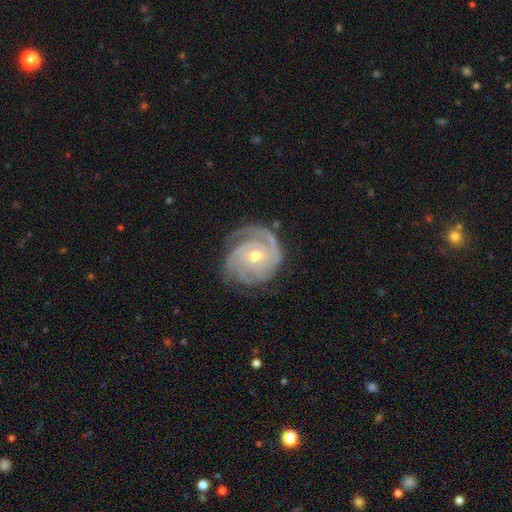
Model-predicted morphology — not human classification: featured or disk 90%, smooth 6%, star or artifact 5%. Down the decision tree: edge-on disk — no (98%); bar — no (67%); spiral arms — yes (98%); spiral arm count — 3 (38%); spiral winding — tight (74%); bulge size — moderate (50%); merging — none (74%).